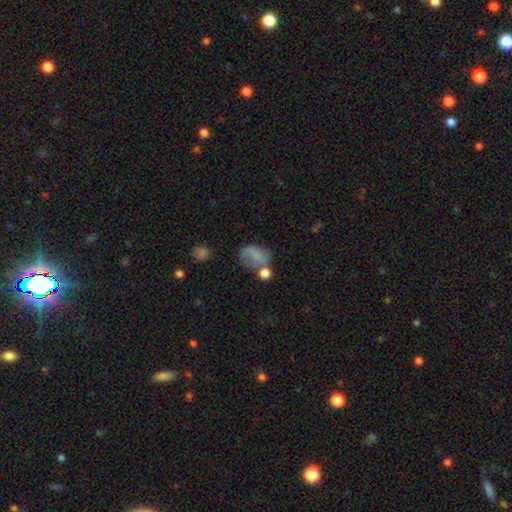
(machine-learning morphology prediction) This is possibly a smooth galaxy (46%). Merging: marginally none (41%).